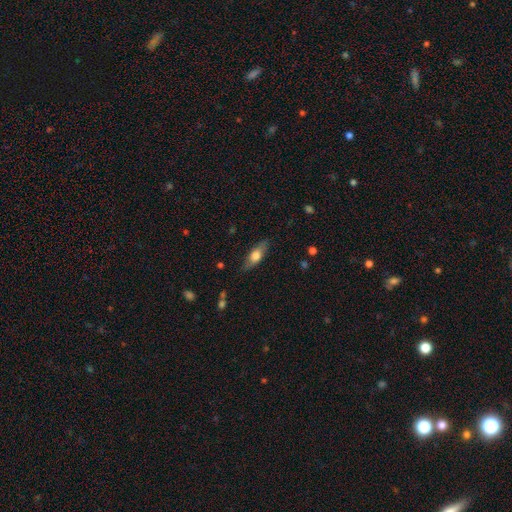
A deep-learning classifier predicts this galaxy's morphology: This is likely a smooth galaxy (61%). How rounded: likely in between (67%). Merging: likely none (79%).